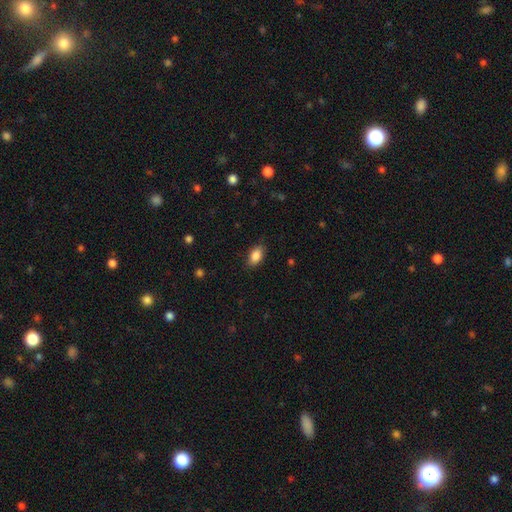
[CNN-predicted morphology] smooth_or_featured: smooth (p=0.87) [alt: star or artifact p=0.08]
how_rounded: in between (p=0.89) [alt: round p=0.08]
merging: none (p=0.84) [alt: minor disturbance p=0.13]